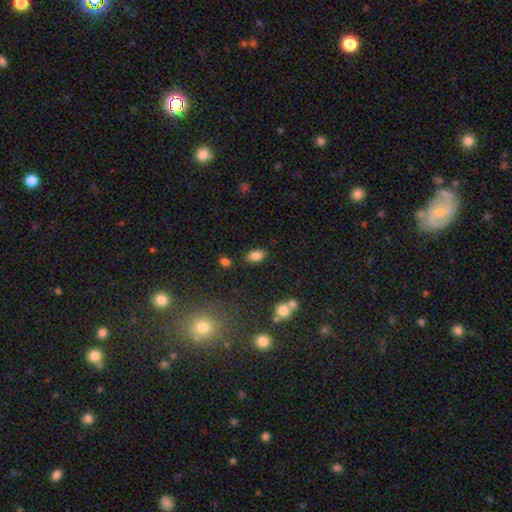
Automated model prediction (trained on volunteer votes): Smooth or featured: smooth — 83% (star or artifact — 10%)
How rounded: in between — 89% (round — 9%)
Merging: none — 79% (minor disturbance — 13%)